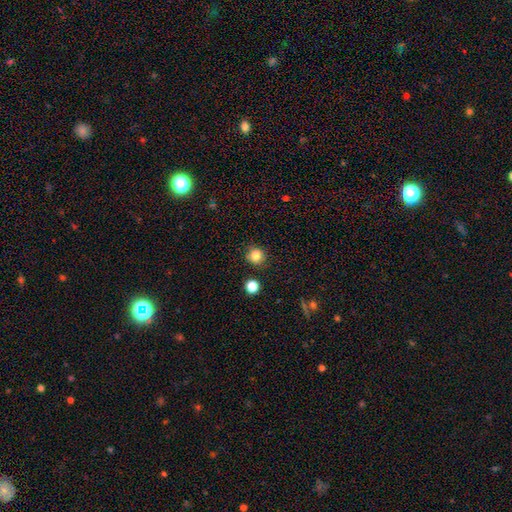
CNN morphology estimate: A smooth galaxy with no disk features (83%) that is round (90%). Merging: none (85%).